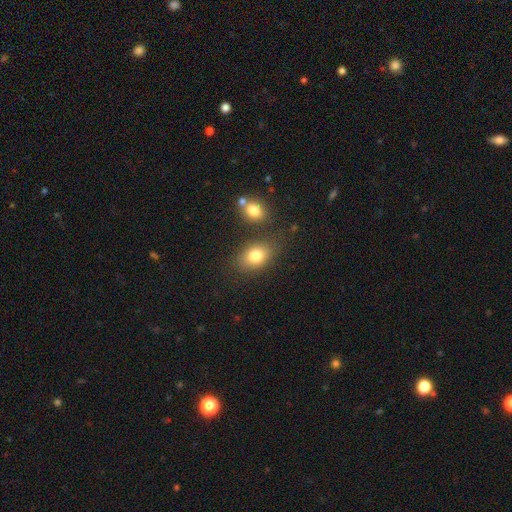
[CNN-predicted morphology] This is clearly a smooth galaxy (80%). How rounded: likely in between (76%). Merging: likely none (72%).